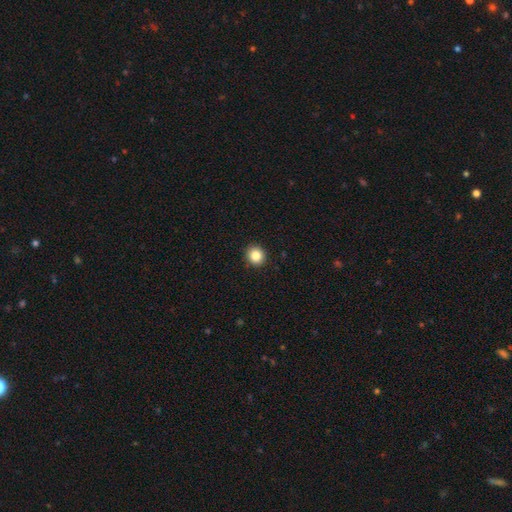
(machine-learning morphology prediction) This is clearly a smooth galaxy (85%). How rounded: clearly round (89%). Merging: clearly none (93%).